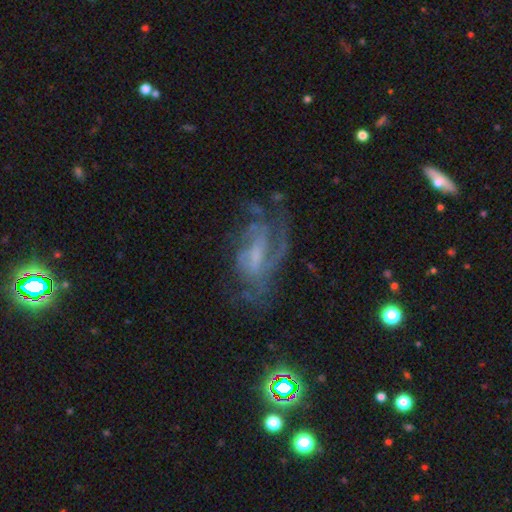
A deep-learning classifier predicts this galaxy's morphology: A featured or disk galaxy (77%) with a weak bar (46%), medium (45%) spiral arms (83%) and a small central bulge (46%).

Vote fractions:
- Smooth or featured? featured or disk: 77% / smooth: 14% / star or artifact: 9%
- Edge-on disk? no: 95% / yes: 5%
- Bar? weak: 46% / no: 35% / strong: 18%
- Spiral arms? yes: 83% / no: 17%
- Spiral winding? medium: 45% / tight: 32% / loose: 23%
- Spiral arm count? can't tell: 34% / 2: 31% / 3: 16% / 1: 10% / 4: 5% / more than 4: 4%
- Bulge size? small: 46% / none: 27% / moderate: 23% / large: 3% / dominant: 1%
- Merging? none: 49% / major disturbance: 27% / minor disturbance: 20% / merger: 3%